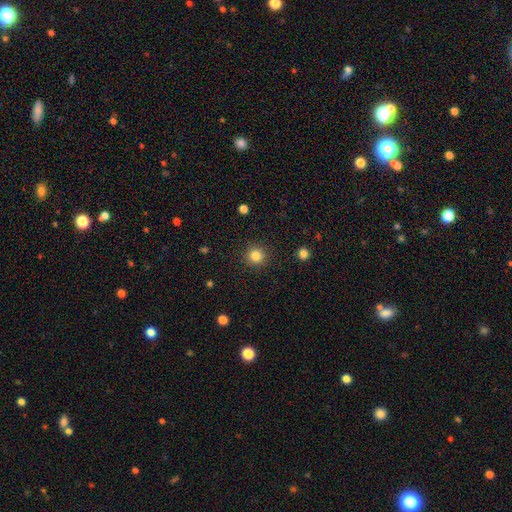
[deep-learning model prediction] Overall: smooth (83%). How rounded: round (94%). Merging: none (91%).